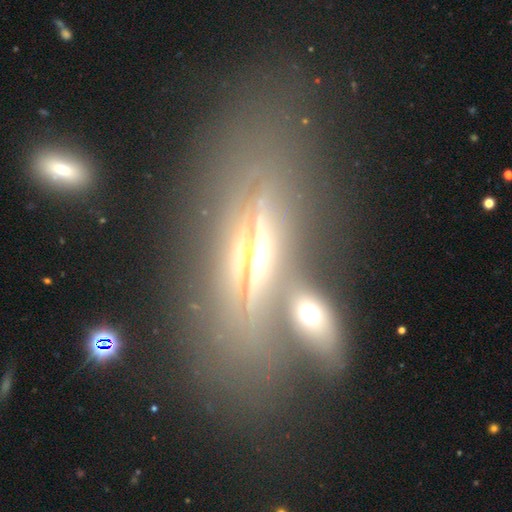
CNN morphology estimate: This appears to be a featured or disk galaxy (69%) viewed edge-on (83%) with a rounded central bulge (86%). Merging: none (47%).